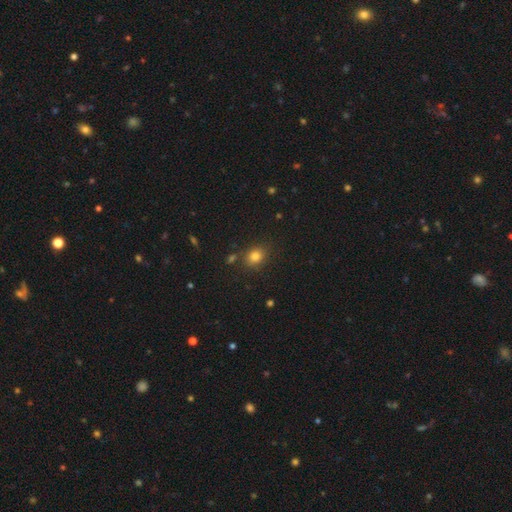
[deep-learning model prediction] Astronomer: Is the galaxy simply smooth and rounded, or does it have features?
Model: smooth — 81%.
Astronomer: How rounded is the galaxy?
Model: round — 54% (runner-up: in between, 45%).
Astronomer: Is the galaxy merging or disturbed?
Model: none — 79%.